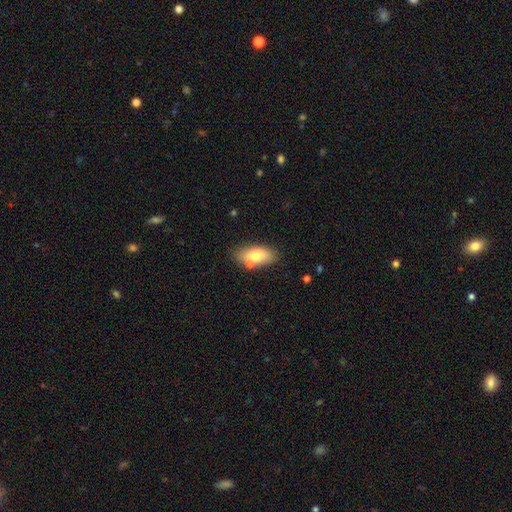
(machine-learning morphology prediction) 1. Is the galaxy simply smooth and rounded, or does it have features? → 73% smooth, 20% featured or disk, 7% star or artifact.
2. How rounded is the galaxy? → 89% in between, 7% cigar-shaped, 4% round.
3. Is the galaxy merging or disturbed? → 68% none, 14% minor disturbance, 14% merger, 4% major disturbance.